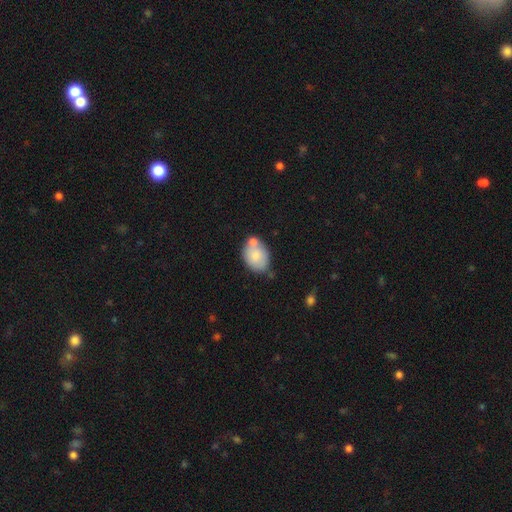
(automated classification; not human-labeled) Smooth or featured? smooth (78%)
How rounded? in between (72%)
Merging? none (46%)